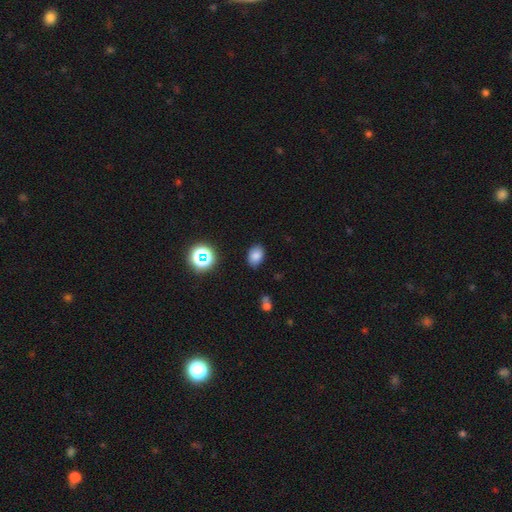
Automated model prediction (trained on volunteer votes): A smooth galaxy with no disk features (80%) that is in between round and cigar-shaped (79%). Merging: none (86%).